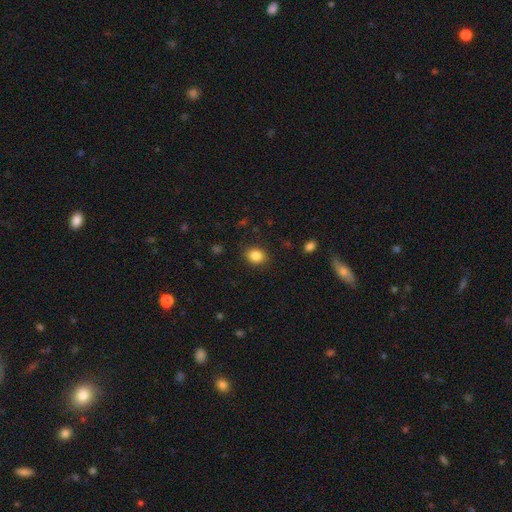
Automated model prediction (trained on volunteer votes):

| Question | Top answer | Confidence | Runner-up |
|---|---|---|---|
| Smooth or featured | smooth | 85% | star or artifact (10%) |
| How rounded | in between | 50% | tied: round (50%) |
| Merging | none | 88% | minor disturbance (8%) |